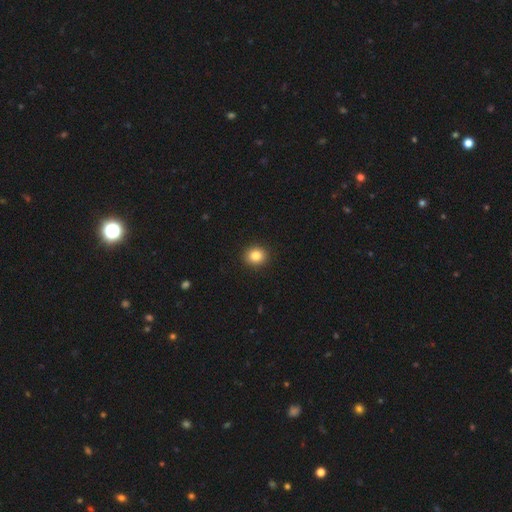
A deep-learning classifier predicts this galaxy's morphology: Q: Smooth or featured?
A: smooth (84%); runner-up: star or artifact (10%)
Q: How rounded?
A: round (82%); runner-up: in between (17%)
Q: Merging?
A: none (92%); runner-up: minor disturbance (5%)